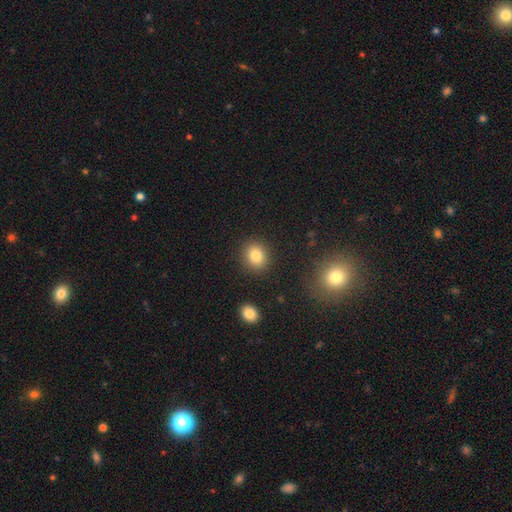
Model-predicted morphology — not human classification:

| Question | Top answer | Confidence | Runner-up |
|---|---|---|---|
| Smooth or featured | smooth | 82% | star or artifact (11%) |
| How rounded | round | 73% | in between (26%) |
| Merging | none | 88% | minor disturbance (7%) |